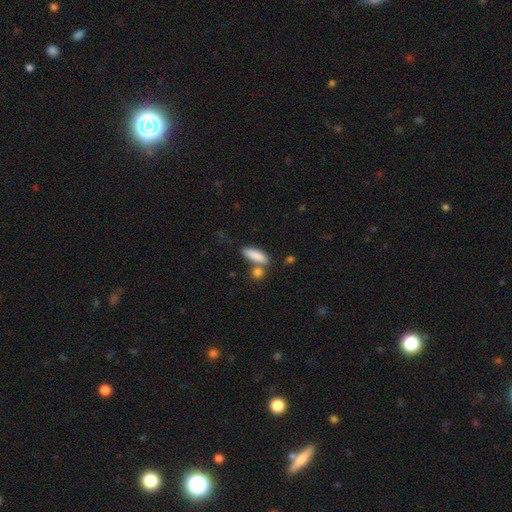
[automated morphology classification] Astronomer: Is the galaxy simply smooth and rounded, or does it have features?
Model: smooth — 86%.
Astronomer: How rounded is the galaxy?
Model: in between — 52% (runner-up: cigar-shaped, 44%).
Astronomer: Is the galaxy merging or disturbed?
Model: none — 61%.